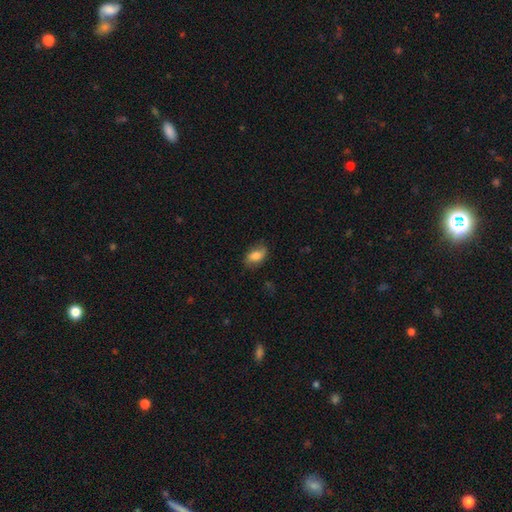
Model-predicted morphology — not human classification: smooth_or_featured: smooth (p=0.75) [alt: featured or disk p=0.18]
how_rounded: in between (p=0.87) [alt: round p=0.11]
merging: none (p=0.72) [alt: minor disturbance p=0.21]